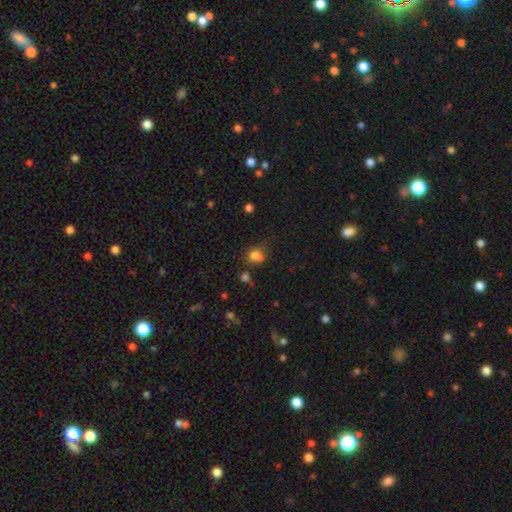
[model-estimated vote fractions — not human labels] Morphology: type=smooth (74%); roundness=round (58%); merging=none (39%).